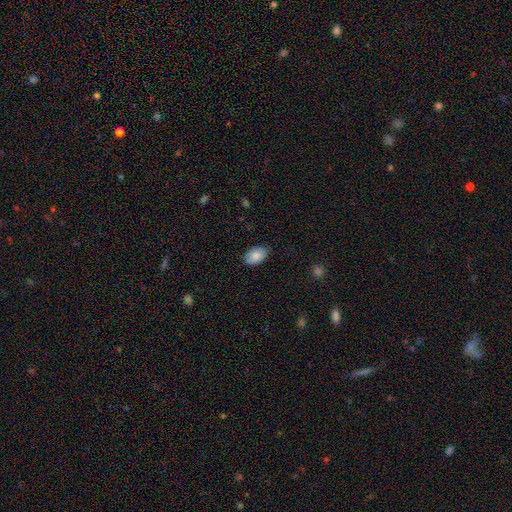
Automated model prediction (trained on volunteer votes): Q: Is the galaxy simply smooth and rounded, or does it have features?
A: smooth — 85%.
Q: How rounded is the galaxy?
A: in between — 90%.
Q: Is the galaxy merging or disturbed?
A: none — 81%.